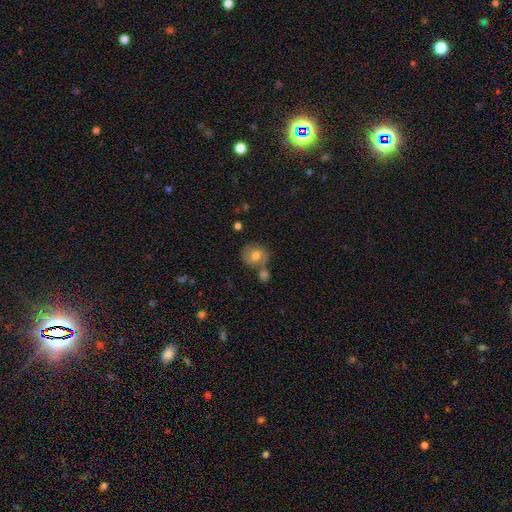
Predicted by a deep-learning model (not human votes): Smooth or featured?
  - smooth: 55% *
  - featured or disk: 36%
  - star or artifact: 9%
How rounded?
  - round: 75% *
  - in between: 24%
  - cigar-shaped: 1%
Merging?
  - none: 53% *
  - merger: 25%
  - minor disturbance: 16%
  - major disturbance: 7%